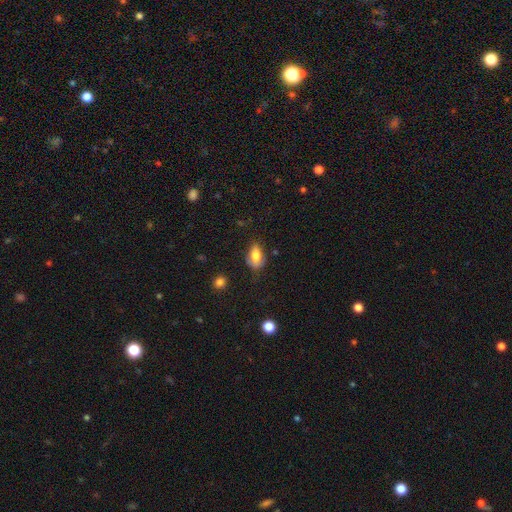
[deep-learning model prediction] The model was most divided on "merging": none: 47%, minor disturbance: 34%, major disturbance: 15%, merger: 4%. More confident: how rounded — in between (88%); smooth or featured — smooth (72%).